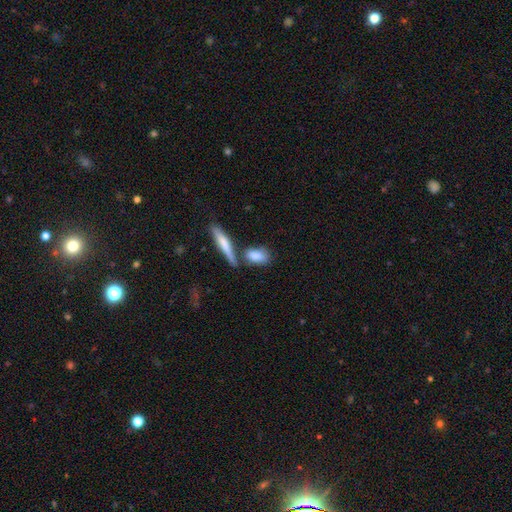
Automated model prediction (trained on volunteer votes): smooth-or-featured: smooth: 81% | featured or disk: 13% | star or artifact: 6%
  how-rounded: in between: 71% | cigar-shaped: 21% | round: 8%
  merging: none: 56% | merger: 24% | minor disturbance: 15% | major disturbance: 5%